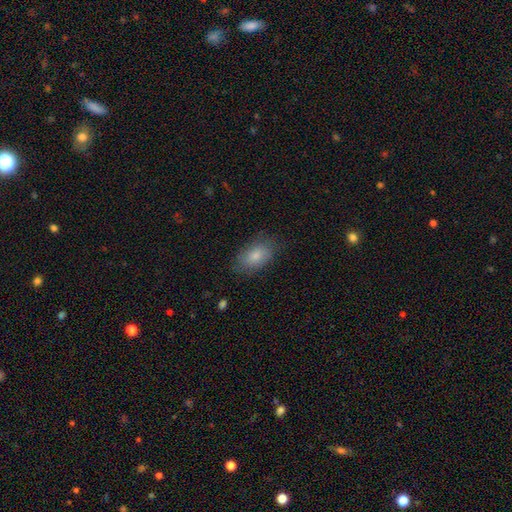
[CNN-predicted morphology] This is clearly a smooth galaxy (81%). How rounded: clearly in between (91%). Merging: likely none (76%).